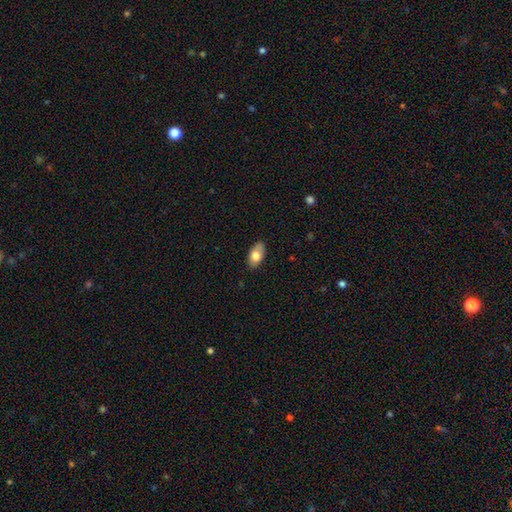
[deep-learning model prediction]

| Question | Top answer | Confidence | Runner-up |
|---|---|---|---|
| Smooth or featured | smooth | 75% | featured or disk (18%) |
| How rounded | in between | 92% | round (5%) |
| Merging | none | 80% | minor disturbance (16%) |